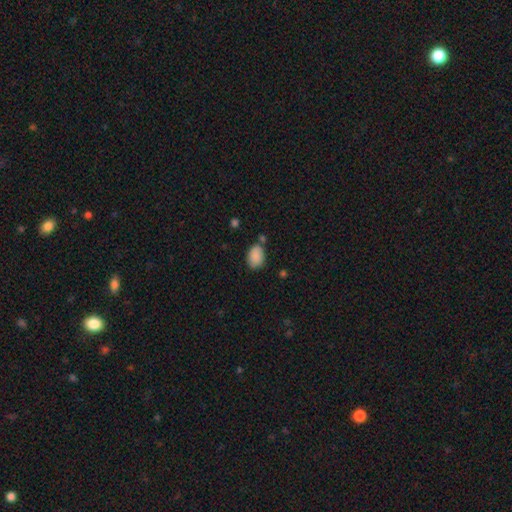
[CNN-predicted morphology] Smooth or featured? smooth (88%)
How rounded? in between (82%)
Merging? none (69%)